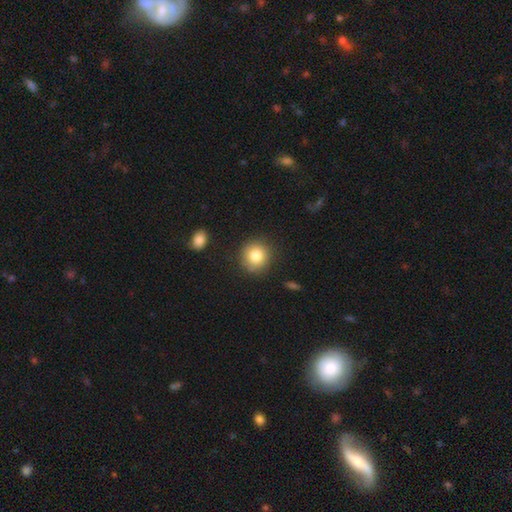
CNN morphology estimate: A smooth galaxy with no disk features (83%) that is round (90%). Merging: none (86%).